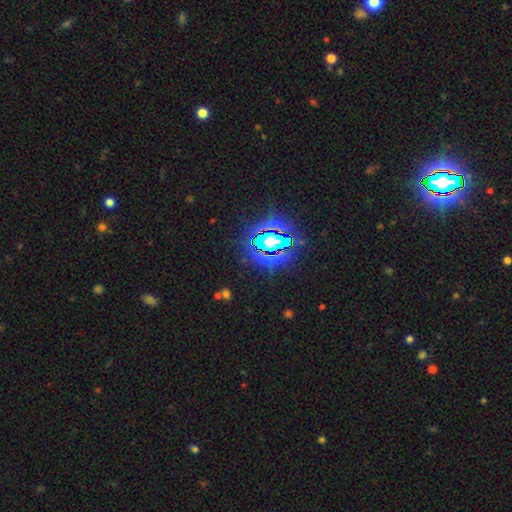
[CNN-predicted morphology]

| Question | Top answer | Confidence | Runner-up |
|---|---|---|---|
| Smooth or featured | star or artifact | 84% | smooth (9%) |